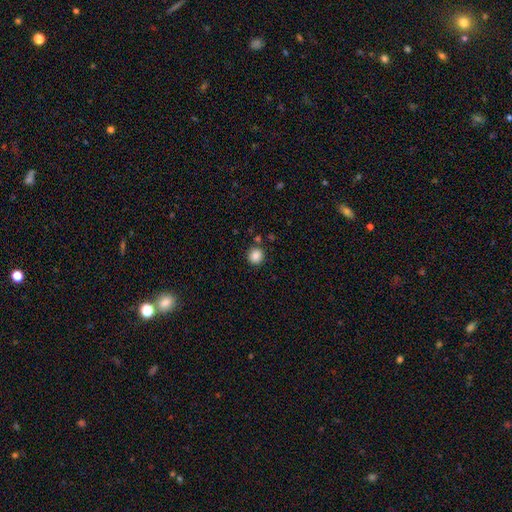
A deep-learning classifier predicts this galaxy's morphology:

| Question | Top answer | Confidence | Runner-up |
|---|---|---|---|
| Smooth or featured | smooth | 86% | star or artifact (10%) |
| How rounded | round | 91% | in between (8%) |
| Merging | none | 85% | minor disturbance (7%) |